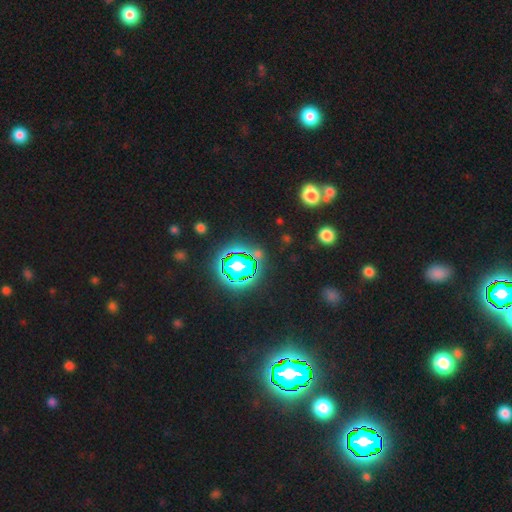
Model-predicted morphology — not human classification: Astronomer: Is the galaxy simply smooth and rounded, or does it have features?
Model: star or artifact — 70%.